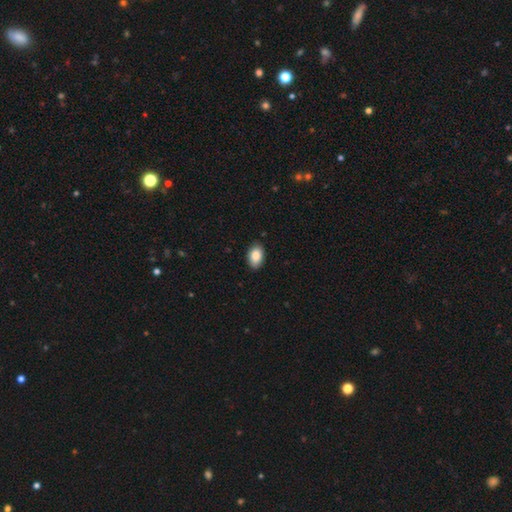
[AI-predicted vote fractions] The model was most divided on "merging": none: 88%, minor disturbance: 9%, major disturbance: 2%, merger: 1%. More confident: how rounded — in between (90%); smooth or featured — smooth (87%).